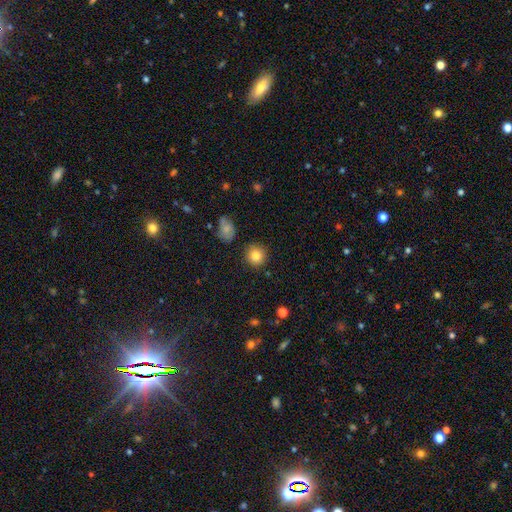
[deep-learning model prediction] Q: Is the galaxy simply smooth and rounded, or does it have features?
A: smooth — 84%.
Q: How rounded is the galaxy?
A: round — 91%.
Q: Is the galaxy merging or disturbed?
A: none — 89%.